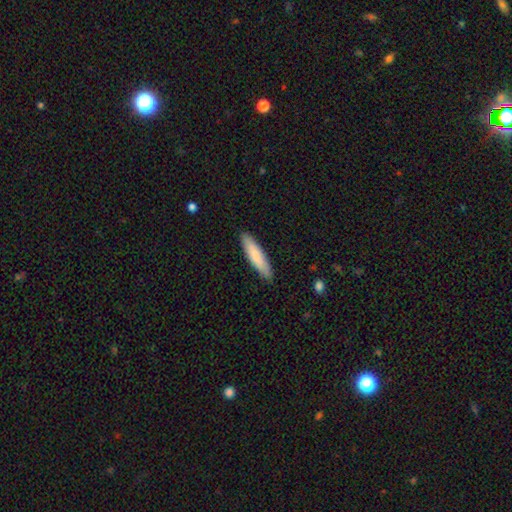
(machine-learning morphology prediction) Overall: smooth (79%). How rounded: cigar-shaped (77%). Merging: none (90%).